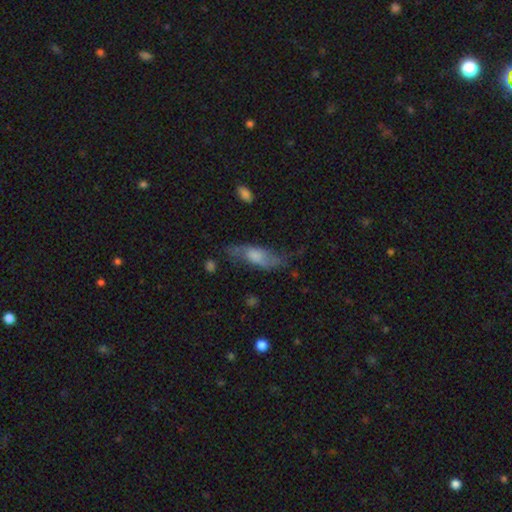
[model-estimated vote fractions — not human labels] A featured or disk galaxy (48%). Merging: none (57%).